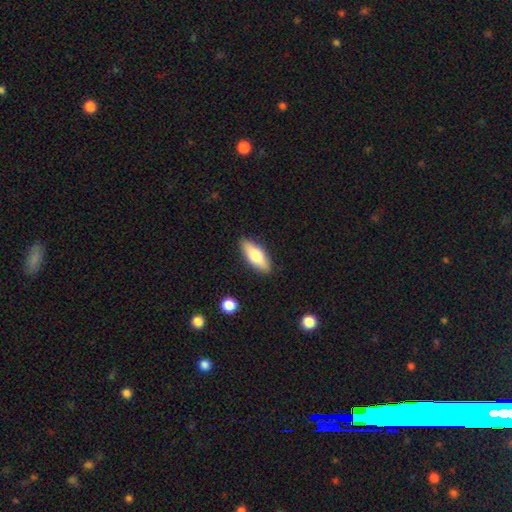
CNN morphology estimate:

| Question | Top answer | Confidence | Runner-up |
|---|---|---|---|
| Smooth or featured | smooth | 69% | featured or disk (26%) |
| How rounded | in between | 73% | cigar-shaped (24%) |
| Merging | none | 87% | minor disturbance (9%) |